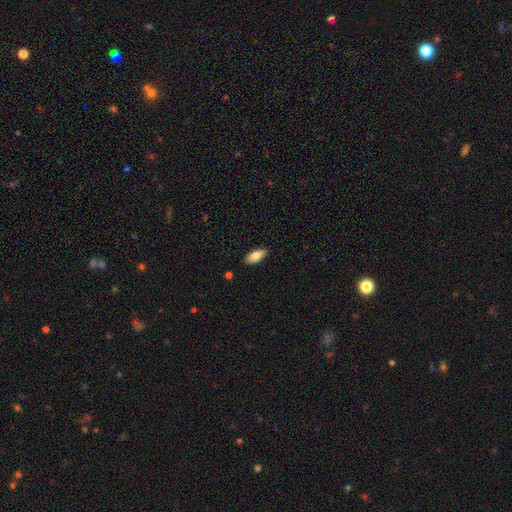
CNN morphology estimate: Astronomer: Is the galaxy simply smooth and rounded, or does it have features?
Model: smooth — 77%.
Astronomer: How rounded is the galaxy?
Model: in between — 83%.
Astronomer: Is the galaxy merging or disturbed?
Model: none — 89%.